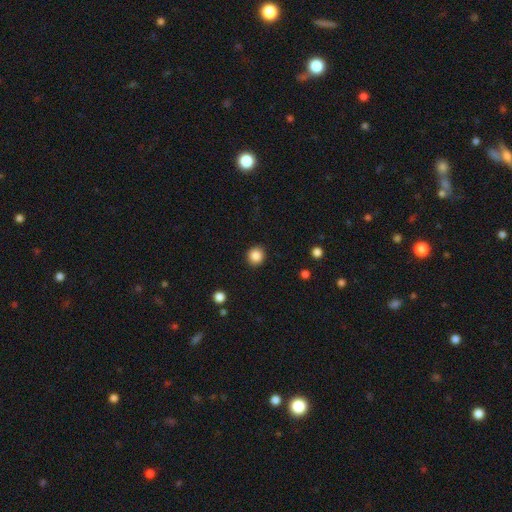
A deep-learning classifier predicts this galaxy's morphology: smooth 86%, star or artifact 10%, featured or disk 4%. Down the decision tree: how rounded — round (89%); merging — none (91%).